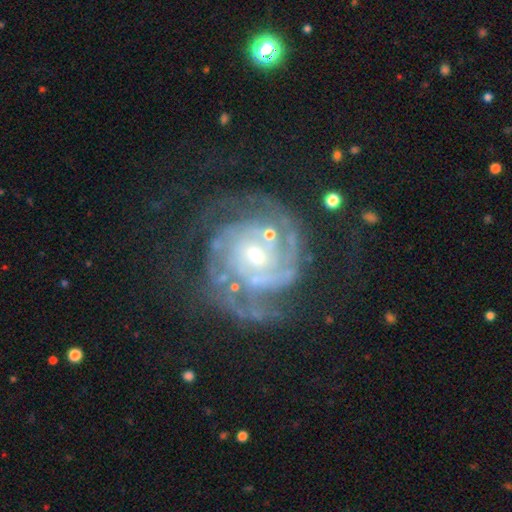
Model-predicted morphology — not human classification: Smooth or featured: featured or disk — 90% (star or artifact — 6%)
Edge-on disk: no — 98% (yes — 2%)
Bar: no — 64% (weak — 28%)
Spiral arms: yes — 98% (no — 2%)
Spiral winding: tight — 66% (medium — 29%)
Spiral arm count: 2 — 44% (3 — 21%)
Bulge size: small — 55% (moderate — 40%)
Merging: none — 66% (minor disturbance — 17%)